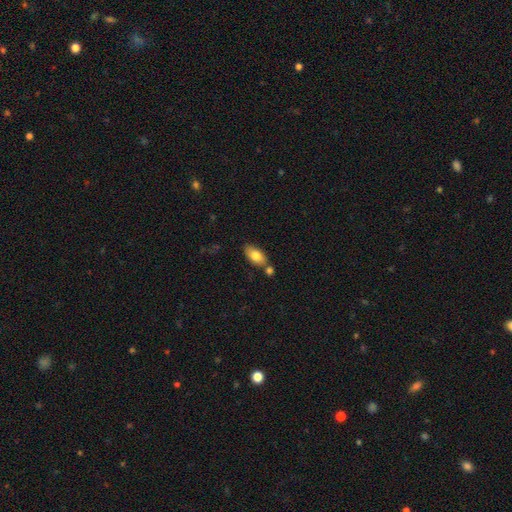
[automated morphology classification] Smooth or featured: smooth — 79% (featured or disk — 14%)
How rounded: in between — 91% (round — 5%)
Merging: none — 64% (merger — 19%)